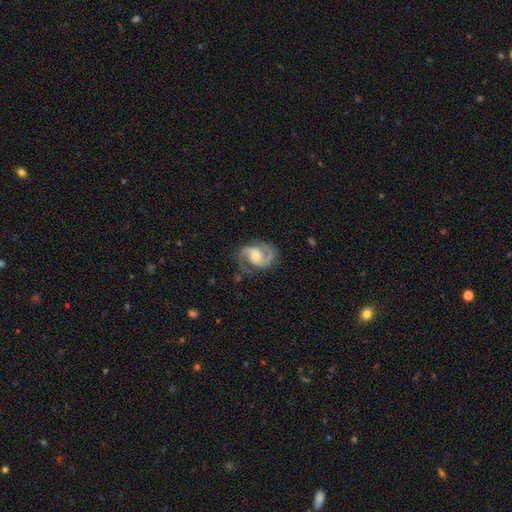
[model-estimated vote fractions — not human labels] Overall: featured or disk (89%). Edge-on disk: no (98%). Bar: weak (43%; no 39%). Spiral arms: yes (97%). Spiral arm count: 2 (92%). Spiral winding: medium (60%; tight 22%). Bulge size: moderate (60%; small 31%). Merging: none (75%).